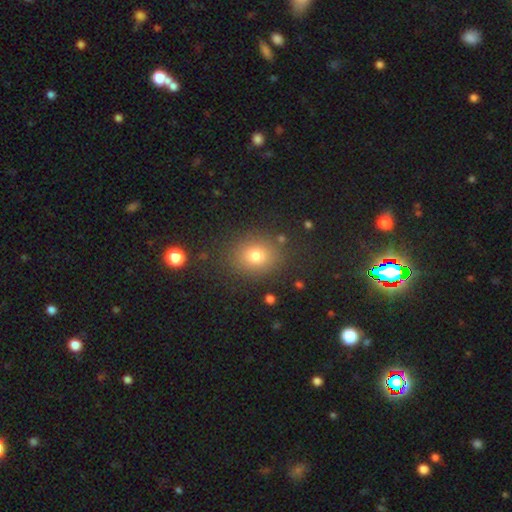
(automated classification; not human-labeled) Smooth or featured? Predicted: smooth (p=0.76). How rounded? Predicted: round (p=0.65). Merging? Predicted: none (p=0.85).